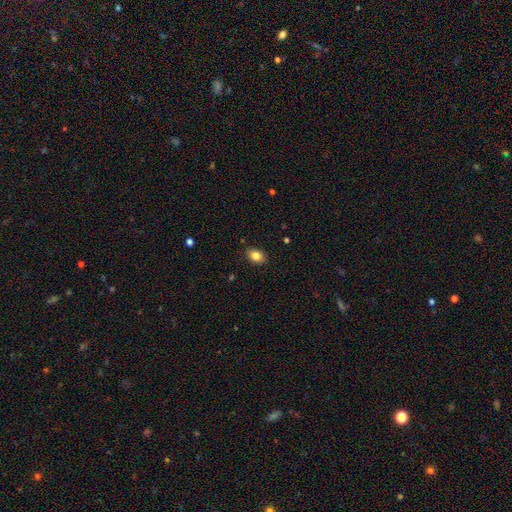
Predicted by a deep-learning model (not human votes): smooth-or-featured: smooth: 84% | star or artifact: 9% | featured or disk: 7%
  how-rounded: in between: 75% | round: 24% | cigar-shaped: 1%
  merging: none: 86% | minor disturbance: 11% | major disturbance: 2% | merger: 1%